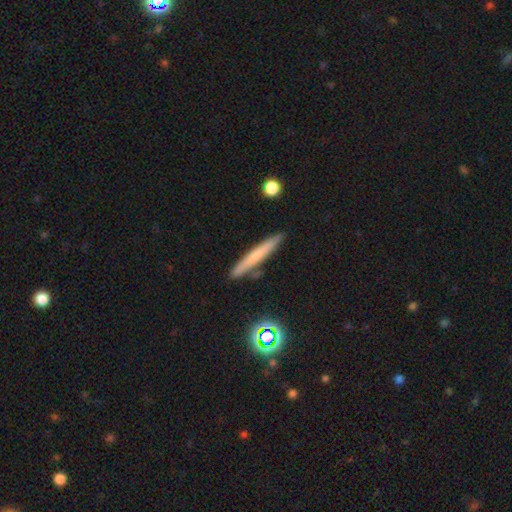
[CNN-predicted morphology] smooth-or-featured: smooth: 60% | featured or disk: 31% | star or artifact: 10%
  how-rounded: cigar-shaped: 95% | in between: 3% | round: 2%
  merging: none: 87% | minor disturbance: 8% | merger: 3% | major disturbance: 2%